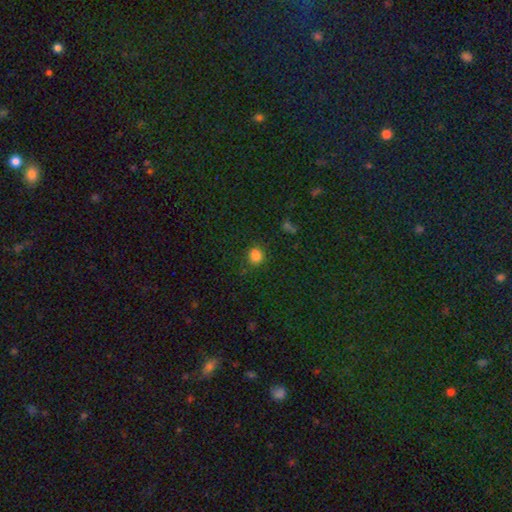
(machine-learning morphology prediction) Overall: smooth (82%). How rounded: round (77%). Merging: none (79%).